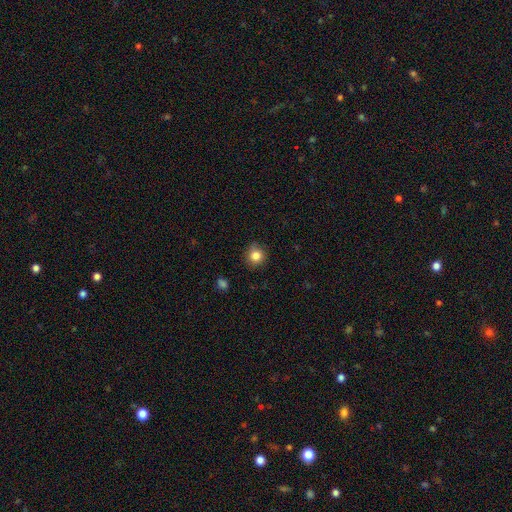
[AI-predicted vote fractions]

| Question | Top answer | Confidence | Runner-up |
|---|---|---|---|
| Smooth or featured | smooth | 83% | star or artifact (11%) |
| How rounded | round | 89% | in between (10%) |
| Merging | none | 83% | minor disturbance (13%) |